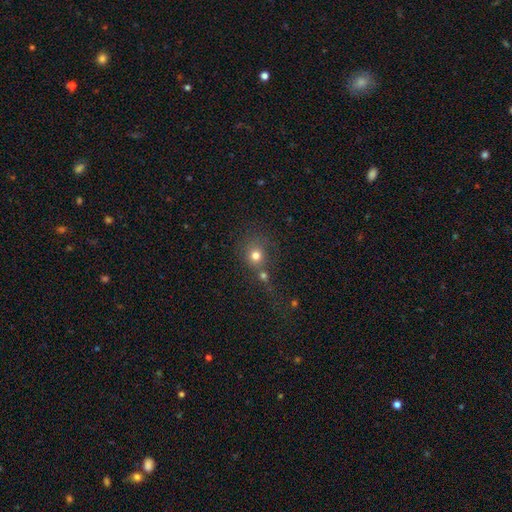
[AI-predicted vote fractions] smooth 74%, star or artifact 15%, featured or disk 11%. Down the decision tree: how rounded — round (84%); merging — none (48%).